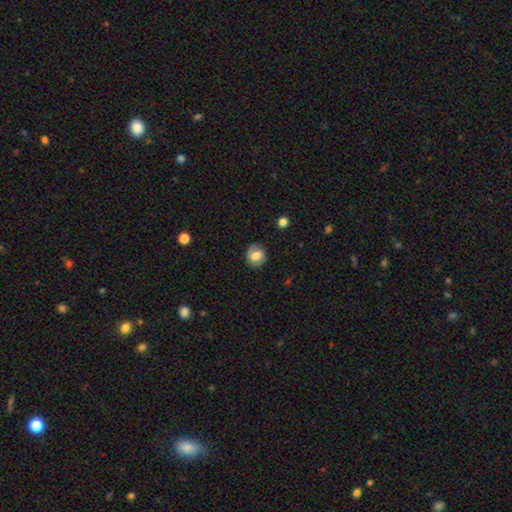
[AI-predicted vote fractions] smooth-or-featured: smooth: 54% | featured or disk: 38% | star or artifact: 9%
  how-rounded: round: 67% | in between: 32% | cigar-shaped: 1%
  merging: none: 76% | minor disturbance: 16% | major disturbance: 6% | merger: 1%